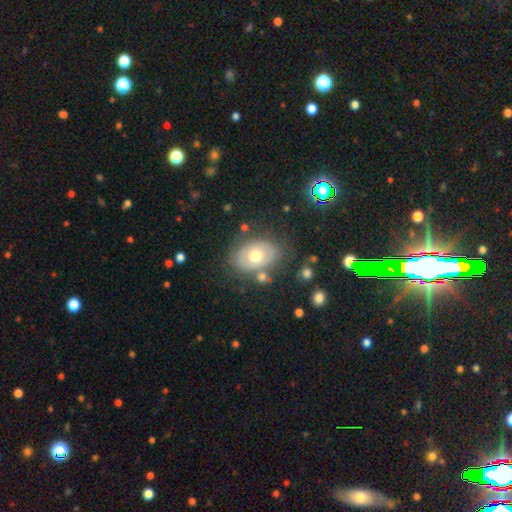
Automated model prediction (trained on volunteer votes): Smooth or featured: featured or disk — 48% (smooth — 44%)
Merging: none — 71% (minor disturbance — 16%)